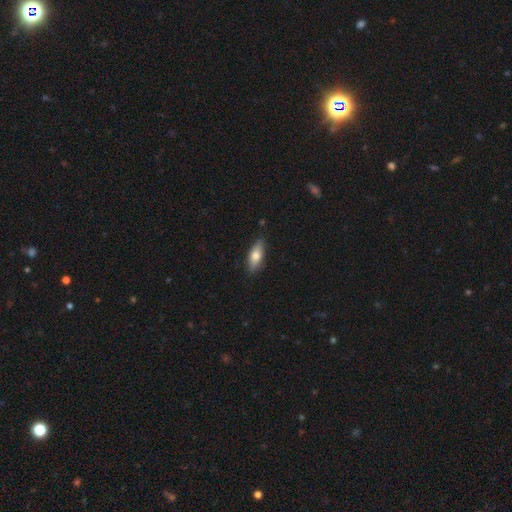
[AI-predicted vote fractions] Smooth or featured? smooth (71%)
How rounded? in between (69%)
Merging? none (84%)